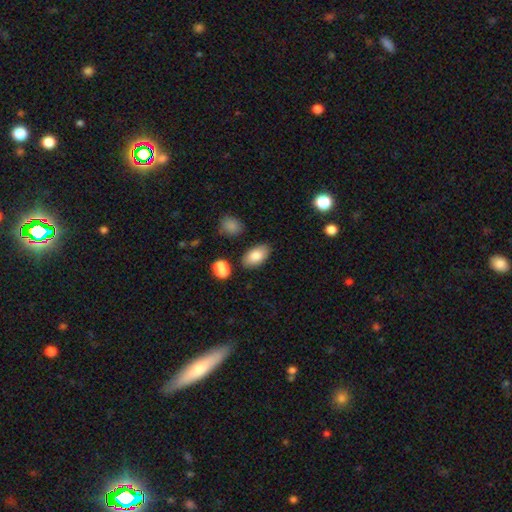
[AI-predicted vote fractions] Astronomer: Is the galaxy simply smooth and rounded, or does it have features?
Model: smooth — 81%.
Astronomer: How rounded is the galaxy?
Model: in between — 92%.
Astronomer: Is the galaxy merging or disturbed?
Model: none — 82%.